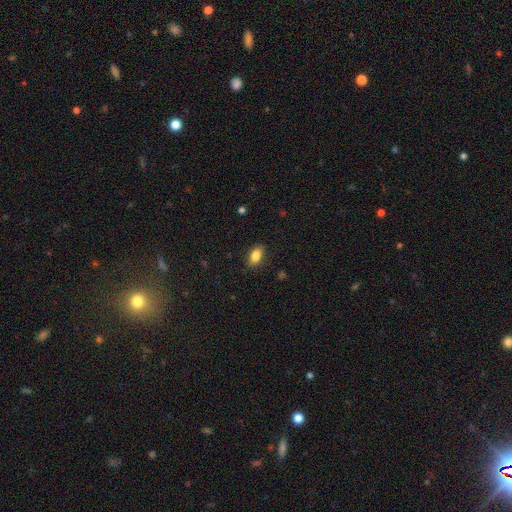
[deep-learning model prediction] The model was most divided on "smooth or featured": smooth: 84%, star or artifact: 8%, featured or disk: 8%. More confident: how rounded — in between (88%); merging — none (87%).